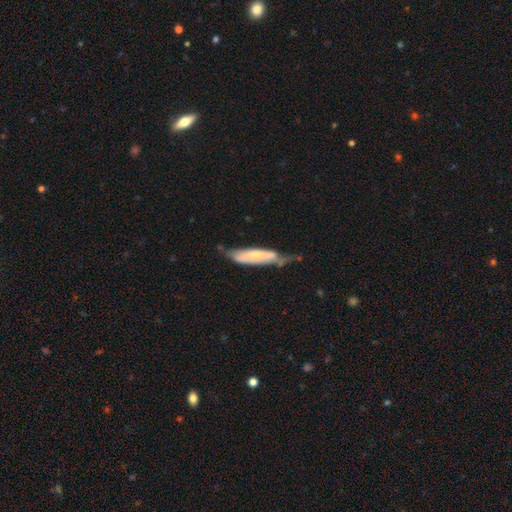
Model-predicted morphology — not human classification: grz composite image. It shows a featured or disk galaxy (51%). Merging: none (41%).